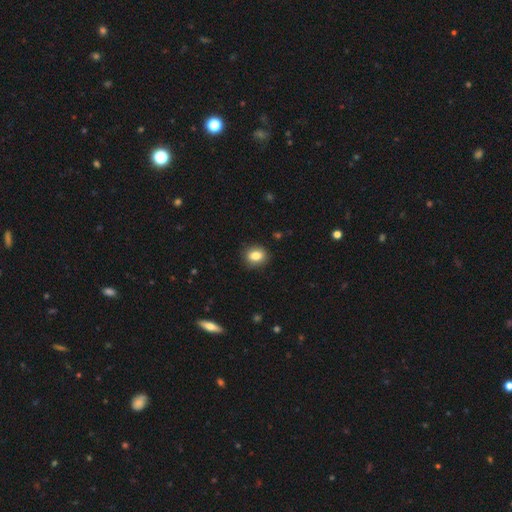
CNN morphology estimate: type=smooth (82%); roundness=round (59%); merging=none (88%).